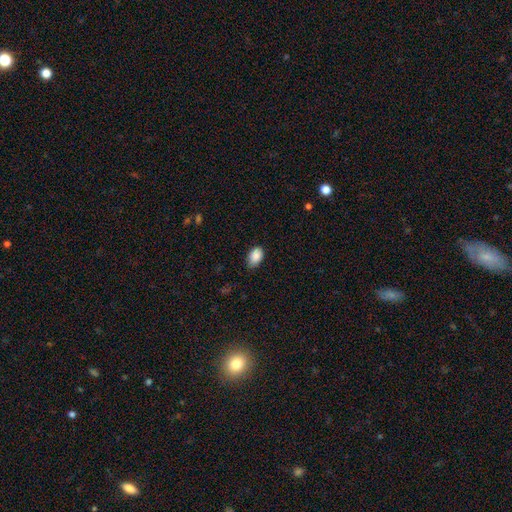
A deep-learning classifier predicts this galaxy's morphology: Smooth or featured? Predicted: smooth (p=0.89). How rounded? Predicted: in between (p=0.90). Merging? Predicted: none (p=0.76).